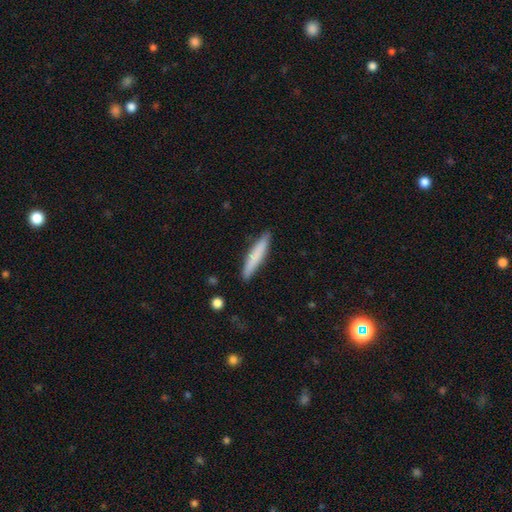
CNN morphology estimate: Q: Smooth or featured?
A: smooth (76%); runner-up: featured or disk (18%)
Q: How rounded?
A: cigar-shaped (92%); runner-up: in between (7%)
Q: Merging?
A: none (88%); runner-up: minor disturbance (9%)